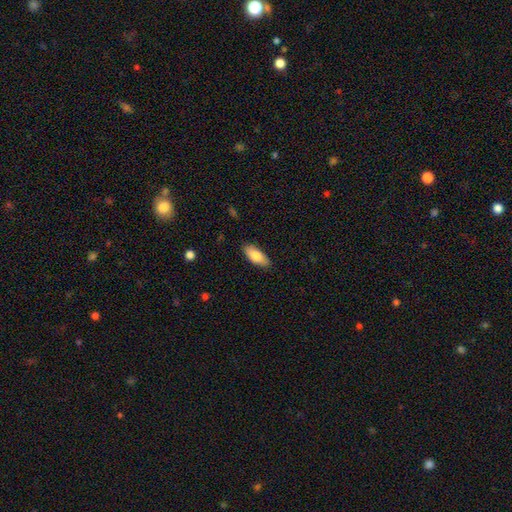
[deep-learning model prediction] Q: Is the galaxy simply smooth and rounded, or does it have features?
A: smooth — 81%.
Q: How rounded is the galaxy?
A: in between — 81%.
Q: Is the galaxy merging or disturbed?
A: none — 87%.